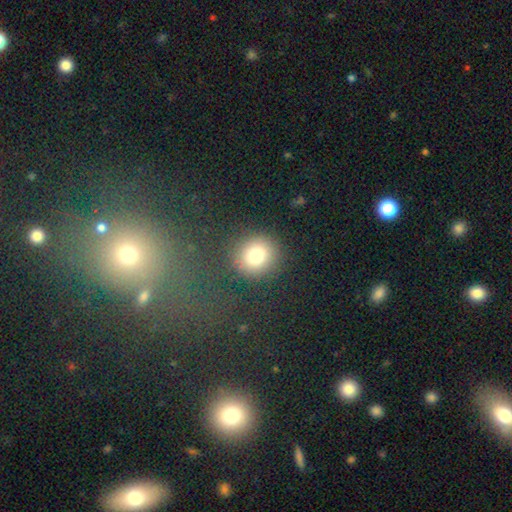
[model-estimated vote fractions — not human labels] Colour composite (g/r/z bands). It shows a smooth galaxy with no disk features (77%) that is round (85%). Merging: none (87%).